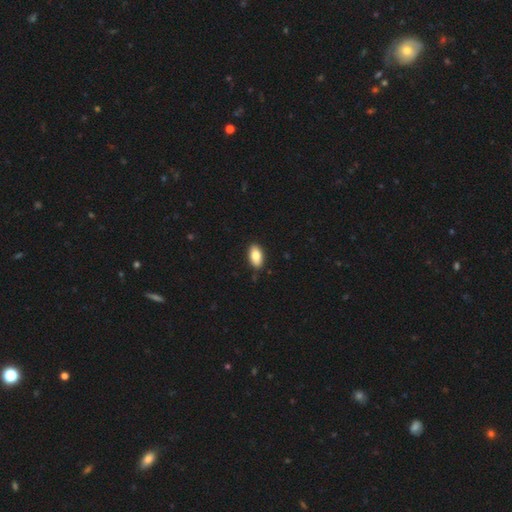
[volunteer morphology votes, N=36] smooth 92%, featured or disk 8%, star or artifact 0%. Down the decision tree: how rounded — in between (91%); merging — none (94%).